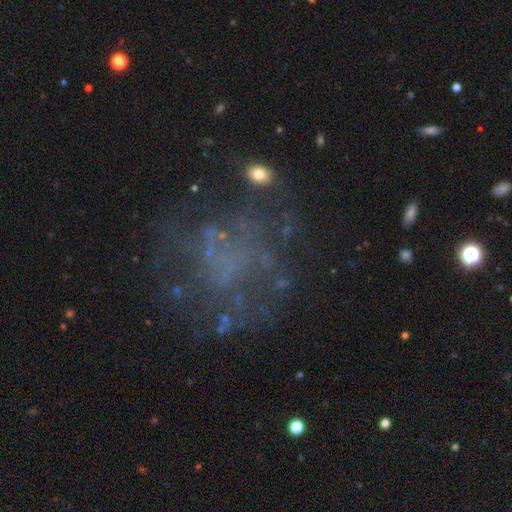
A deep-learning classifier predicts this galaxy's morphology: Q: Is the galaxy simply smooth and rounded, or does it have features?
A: featured or disk — 51%.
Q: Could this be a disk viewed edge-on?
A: no — 98%.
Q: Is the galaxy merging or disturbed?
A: none — 59%.